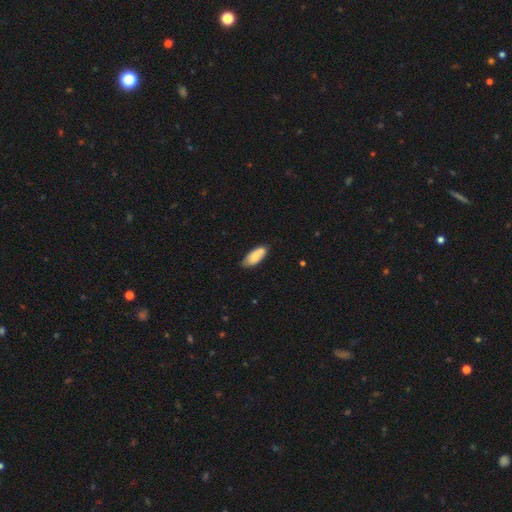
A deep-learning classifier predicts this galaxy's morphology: The model was most divided on "merging": none: 71%, minor disturbance: 22%, merger: 4%, major disturbance: 3%. More confident: how rounded — in between (84%); smooth or featured — smooth (77%).